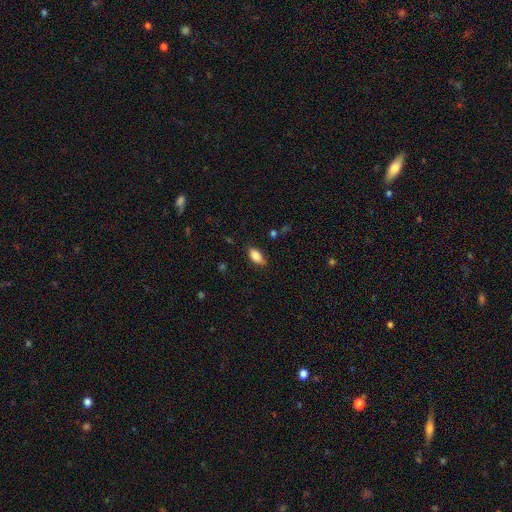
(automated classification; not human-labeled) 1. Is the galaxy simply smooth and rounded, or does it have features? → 86% smooth, 7% star or artifact, 7% featured or disk.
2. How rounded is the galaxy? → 91% in between, 5% cigar-shaped, 4% round.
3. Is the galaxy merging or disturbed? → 79% none, 16% minor disturbance, 3% major disturbance, 1% merger.